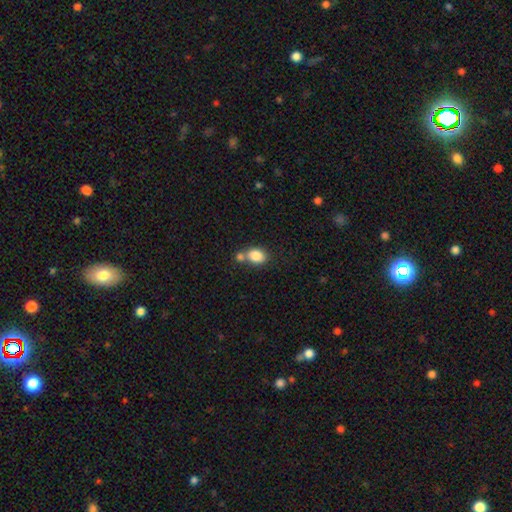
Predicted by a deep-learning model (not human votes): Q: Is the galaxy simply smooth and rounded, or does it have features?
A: smooth — 84%.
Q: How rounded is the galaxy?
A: in between — 66%.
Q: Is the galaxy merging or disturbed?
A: none — 49%.